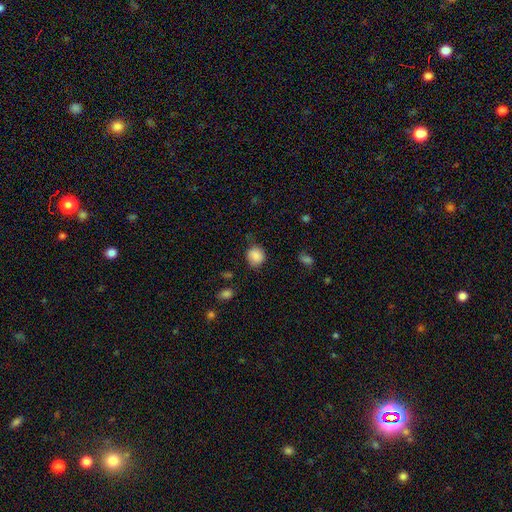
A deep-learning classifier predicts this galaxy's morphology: smooth 86%, star or artifact 9%, featured or disk 5%. Down the decision tree: how rounded — round (80%); merging — none (71%).